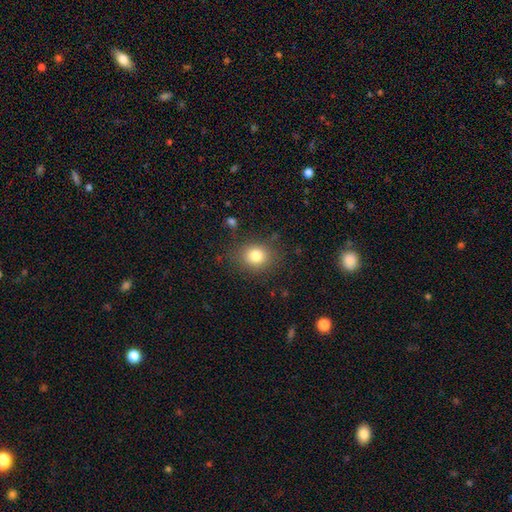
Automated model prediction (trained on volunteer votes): This is clearly a smooth galaxy (80%). How rounded: likely round (70%). Merging: clearly none (82%).